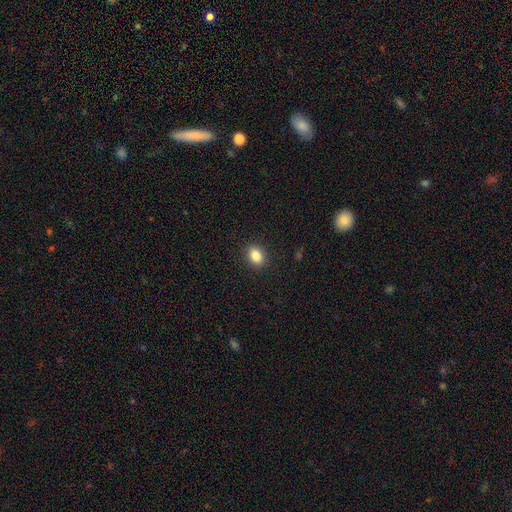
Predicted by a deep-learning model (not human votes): A smooth galaxy with no disk features (85%) that is in between round and cigar-shaped (68%).

Vote fractions:
- Smooth or featured? smooth: 85% / star or artifact: 10% / featured or disk: 5%
- How rounded? in between: 68% / round: 31% / cigar-shaped: 1%
- Merging? none: 90% / minor disturbance: 7% / major disturbance: 2% / merger: 1%